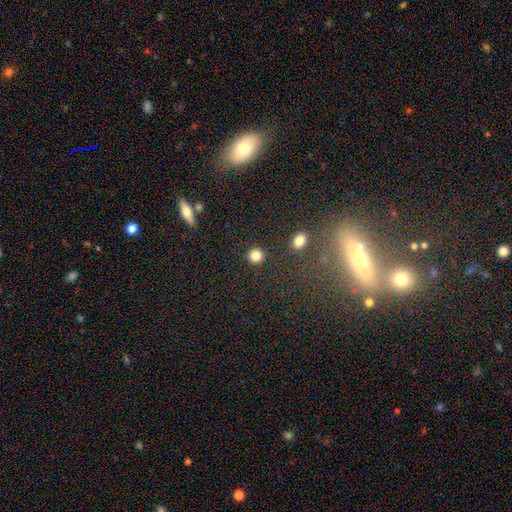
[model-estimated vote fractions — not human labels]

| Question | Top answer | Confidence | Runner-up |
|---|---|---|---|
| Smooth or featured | smooth | 85% | star or artifact (11%) |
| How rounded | round | 93% | in between (6%) |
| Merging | none | 90% | minor disturbance (6%) |